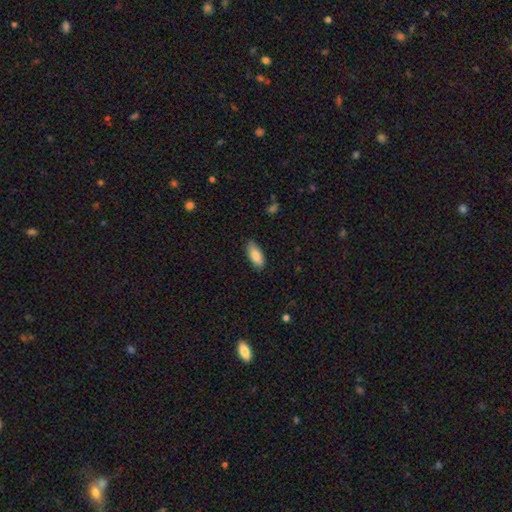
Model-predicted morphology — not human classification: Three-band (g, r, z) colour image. It shows a smooth galaxy with no disk features (84%) that is in between round and cigar-shaped (84%). Merging: none (83%).